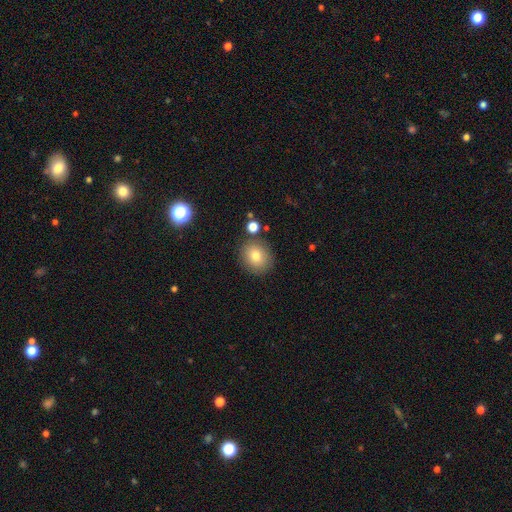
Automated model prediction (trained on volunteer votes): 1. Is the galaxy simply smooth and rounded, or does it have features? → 79% smooth, 11% featured or disk, 10% star or artifact.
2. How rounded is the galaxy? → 77% round, 22% in between, 1% cigar-shaped.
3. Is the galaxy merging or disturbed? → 82% none, 9% minor disturbance, 5% merger, 3% major disturbance.